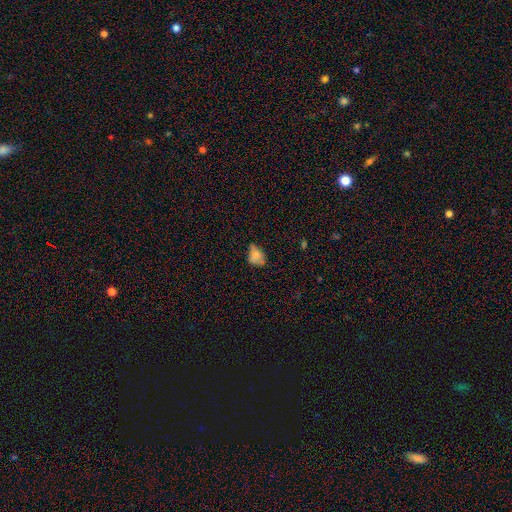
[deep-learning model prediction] A smooth galaxy with no disk features (71%) that is in between round and cigar-shaped (74%). Merging: none (41%).